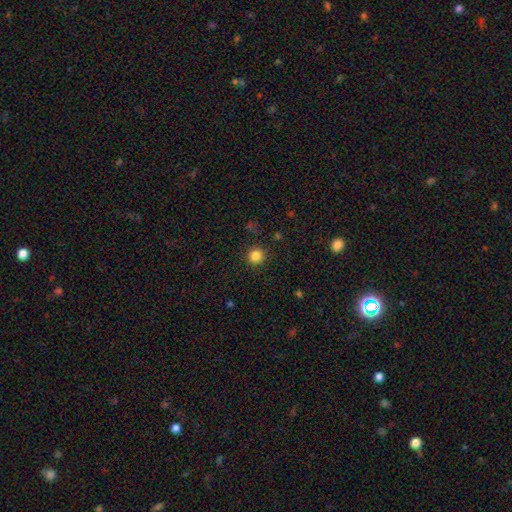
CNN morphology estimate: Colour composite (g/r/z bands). It shows a smooth galaxy with no disk features (84%) that is round (94%). Merging: none (90%).